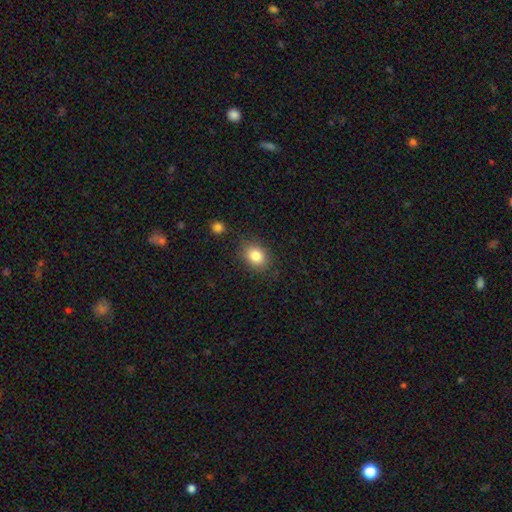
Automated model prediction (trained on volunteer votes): This appears to be a smooth galaxy with no disk features (84%) that is in between round and cigar-shaped (59%). Merging: none (82%).